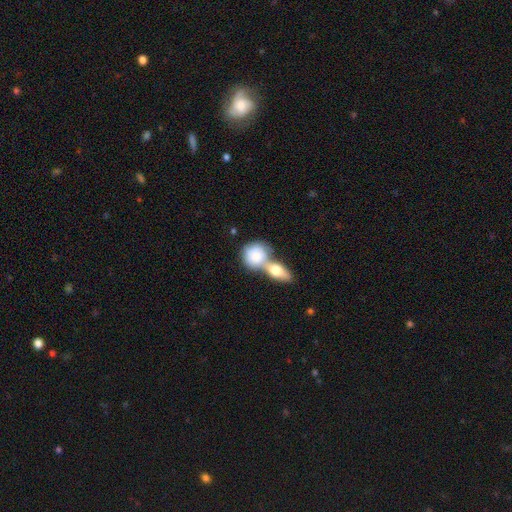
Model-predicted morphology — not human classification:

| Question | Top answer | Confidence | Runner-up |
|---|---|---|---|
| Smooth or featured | smooth | 75% | featured or disk (19%) |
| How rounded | round | 62% | in between (35%) |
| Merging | merger | 64% | none (24%) |